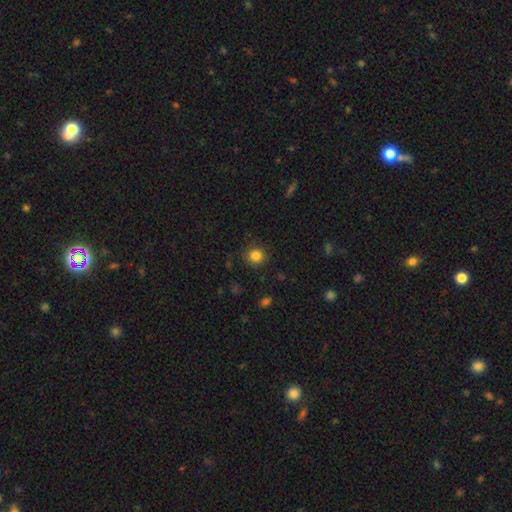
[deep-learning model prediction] Smooth or featured?
  - smooth: 84% *
  - star or artifact: 12%
  - featured or disk: 5%
How rounded?
  - round: 91% *
  - in between: 8%
  - cigar-shaped: 1%
Merging?
  - none: 88% *
  - minor disturbance: 8%
  - major disturbance: 3%
  - merger: 1%